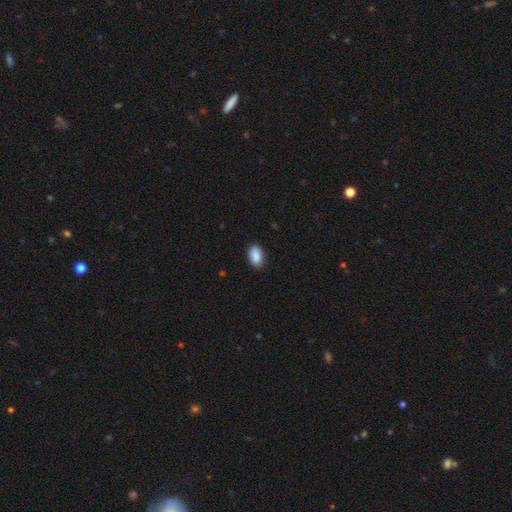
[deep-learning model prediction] Smooth or featured? smooth (90%)
How rounded? in between (92%)
Merging? none (86%)